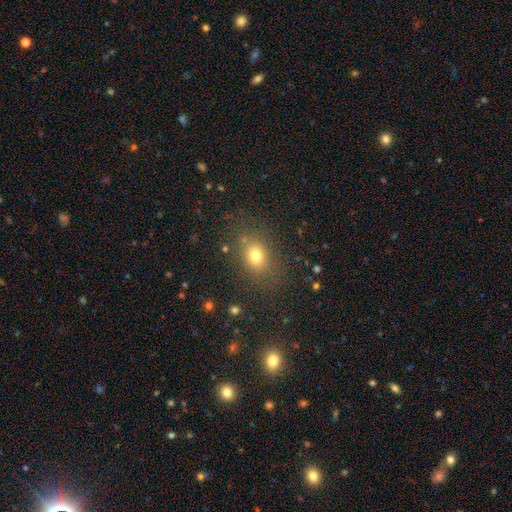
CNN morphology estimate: smooth-or-featured: smooth: 73% | star or artifact: 17% | featured or disk: 10%
  how-rounded: in between: 56% | round: 42% | cigar-shaped: 1%
  merging: none: 79% | minor disturbance: 12% | major disturbance: 6% | merger: 3%